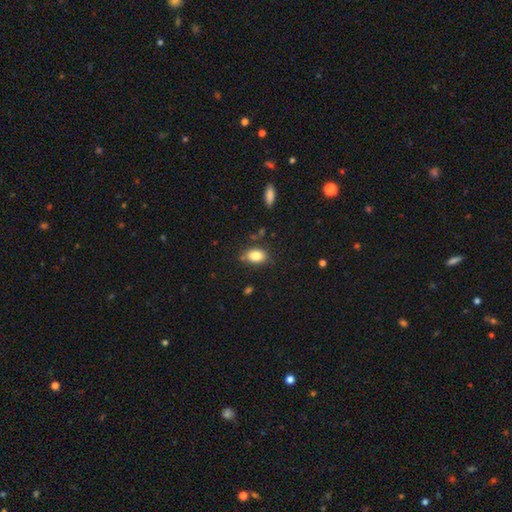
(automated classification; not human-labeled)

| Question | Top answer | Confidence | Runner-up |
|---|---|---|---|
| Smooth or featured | smooth | 83% | featured or disk (9%) |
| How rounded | in between | 86% | round (12%) |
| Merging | none | 80% | minor disturbance (14%) |